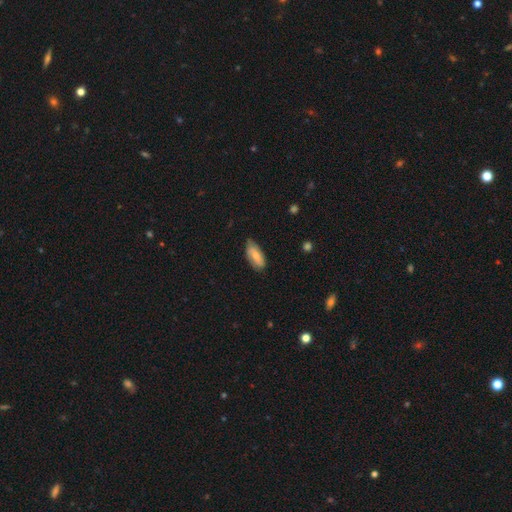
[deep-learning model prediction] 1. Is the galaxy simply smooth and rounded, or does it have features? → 69% smooth, 24% featured or disk, 6% star or artifact.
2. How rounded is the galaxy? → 87% in between, 10% cigar-shaped, 3% round.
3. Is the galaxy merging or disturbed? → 71% none, 24% minor disturbance, 4% major disturbance, 1% merger.